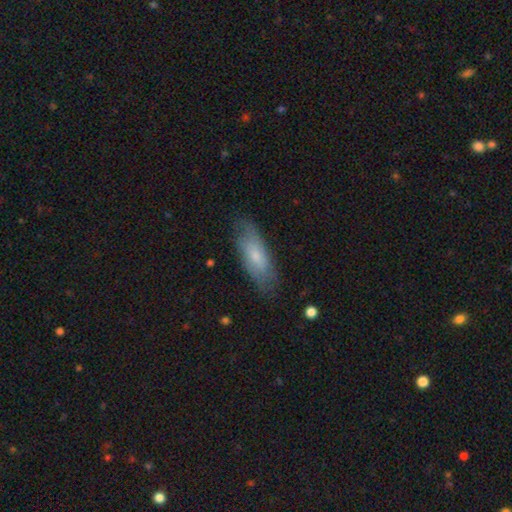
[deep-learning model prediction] Smooth or featured?
  - smooth: 59% *
  - featured or disk: 35%
  - star or artifact: 6%
How rounded?
  - in between: 68% *
  - cigar-shaped: 30%
  - round: 2%
Merging?
  - none: 75% *
  - minor disturbance: 19%
  - major disturbance: 5%
  - merger: 1%